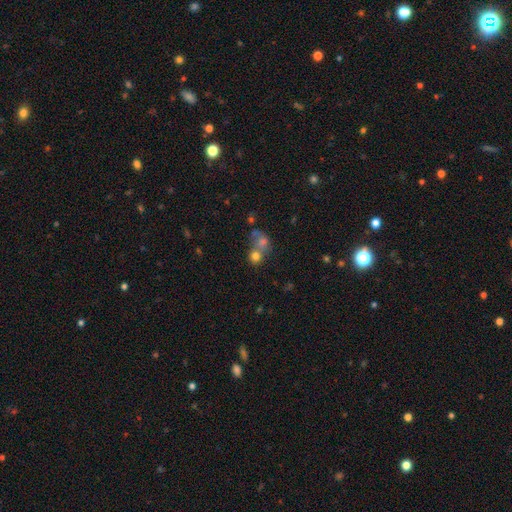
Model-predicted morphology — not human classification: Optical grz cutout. It shows a smooth galaxy with no disk features (73%) that is round (80%). Merging: merger (51%).